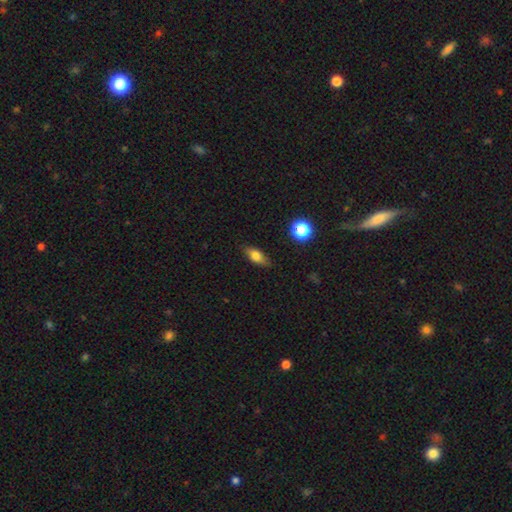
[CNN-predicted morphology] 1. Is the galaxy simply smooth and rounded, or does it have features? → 70% smooth, 21% featured or disk, 9% star or artifact.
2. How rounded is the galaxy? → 73% in between, 19% cigar-shaped, 8% round.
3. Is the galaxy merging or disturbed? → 82% none, 14% minor disturbance, 3% major disturbance, 1% merger.